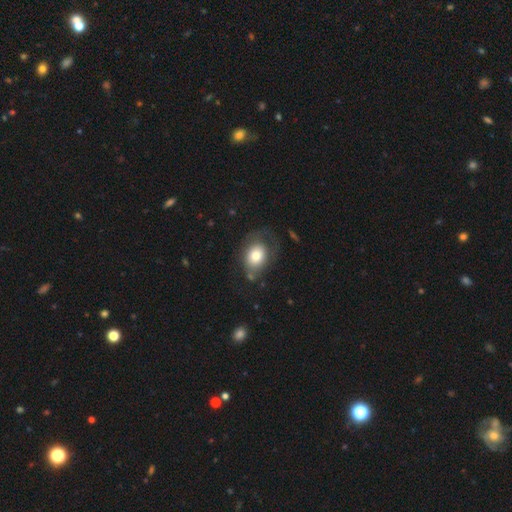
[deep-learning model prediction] Overall: smooth (71%). How rounded: in between (66%; round 33%). Merging: none (50%; minor disturbance 25%).